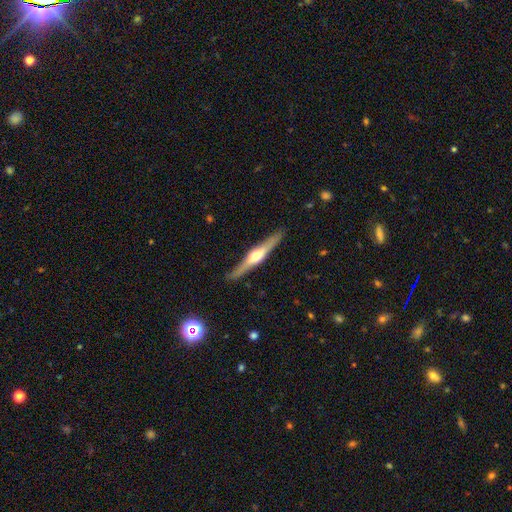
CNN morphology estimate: This is likely a featured or disk galaxy (72%). It is clearly viewed edge-on (97%). Edge-on bulge: clearly rounded (90%). Merging: clearly none (89%).